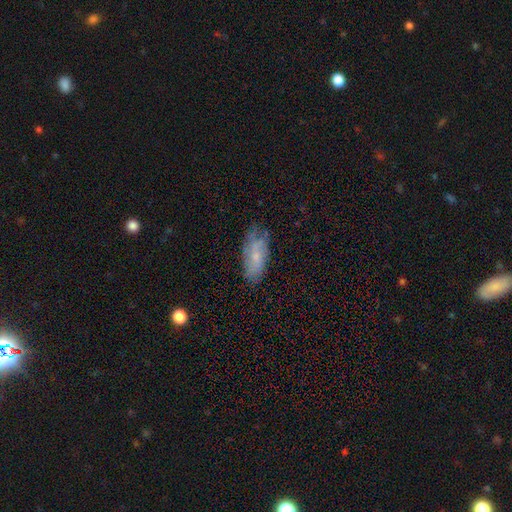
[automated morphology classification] smooth_or_featured: smooth (p=0.49) [alt: featured or disk p=0.43]
merging: none (p=0.66) [alt: minor disturbance p=0.26]